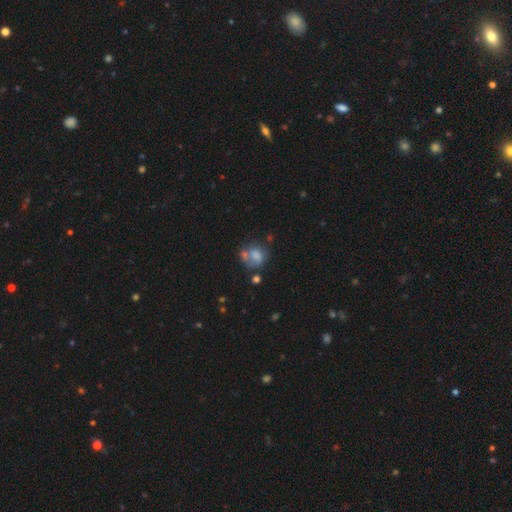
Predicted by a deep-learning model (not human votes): Smooth or featured? Predicted: smooth (p=0.58). How rounded? Predicted: round (p=0.56). Merging? Predicted: none (p=0.33).